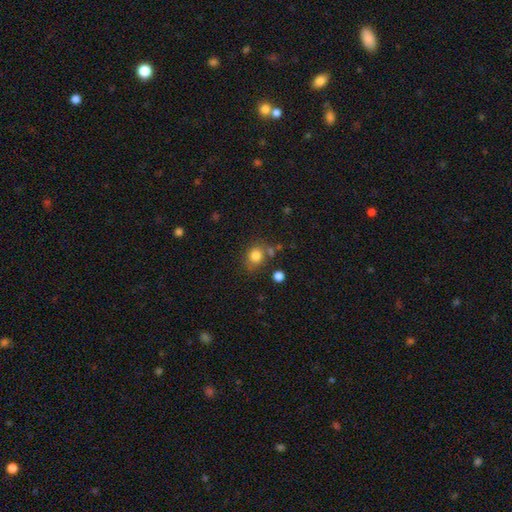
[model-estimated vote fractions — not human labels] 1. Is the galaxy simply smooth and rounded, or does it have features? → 82% smooth, 11% star or artifact, 7% featured or disk.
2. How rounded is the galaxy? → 64% round, 35% in between, 1% cigar-shaped.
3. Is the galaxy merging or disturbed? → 68% none, 16% minor disturbance, 10% merger, 6% major disturbance.